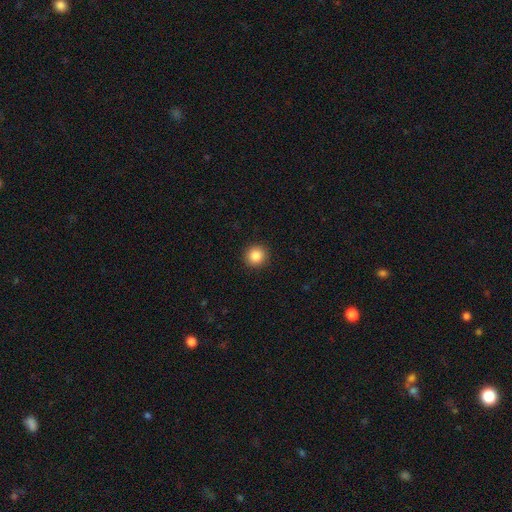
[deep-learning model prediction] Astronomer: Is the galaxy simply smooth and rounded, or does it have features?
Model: smooth — 85%.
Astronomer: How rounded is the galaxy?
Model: round — 95%.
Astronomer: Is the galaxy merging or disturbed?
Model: none — 93%.